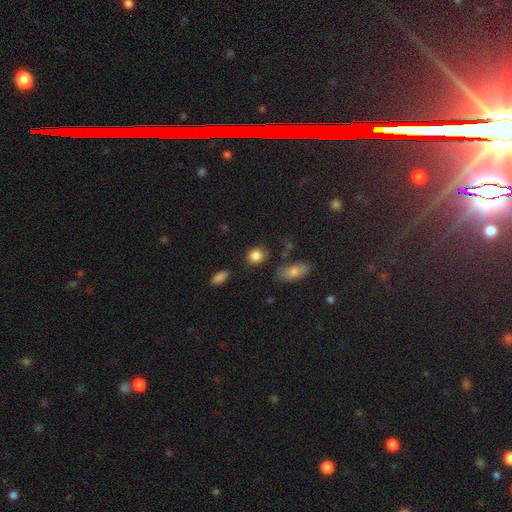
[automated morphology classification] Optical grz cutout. It shows a smooth galaxy with no disk features (86%) that is round (69%). Merging: none (75%).